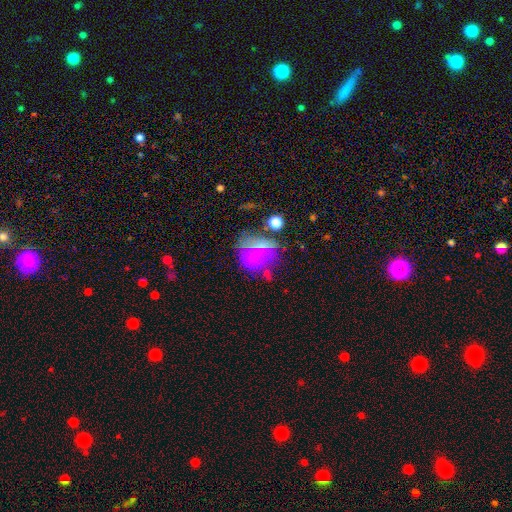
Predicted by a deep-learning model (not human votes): A smooth galaxy with no disk features (44%). Merging: none (49%).